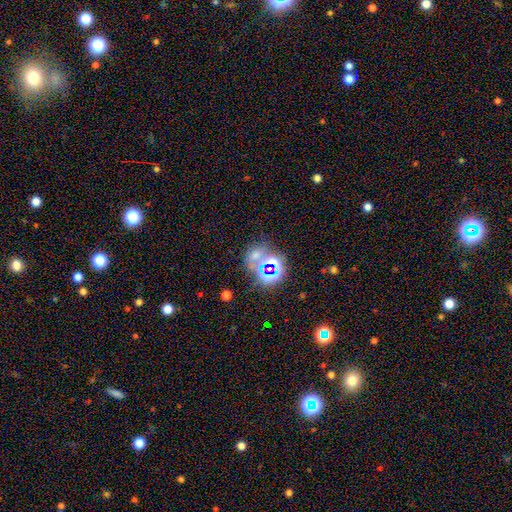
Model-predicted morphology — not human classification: The model was most divided on "smooth or featured": star or artifact: 62%, smooth: 25%, featured or disk: 13%.